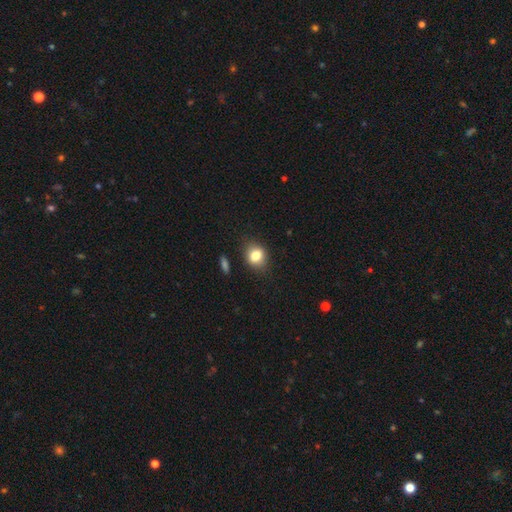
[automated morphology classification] type=smooth (80%); roundness=round (53%); merging=none (82%).